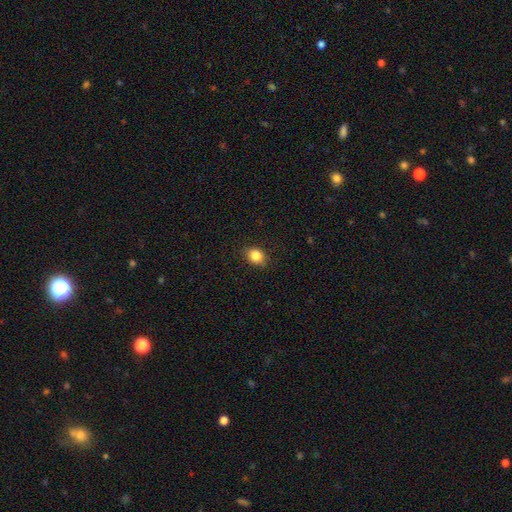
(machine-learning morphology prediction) Q: Smooth or featured?
A: smooth (85%); runner-up: star or artifact (9%)
Q: How rounded?
A: round (50%); runner-up: in between (49%)
Q: Merging?
A: none (83%); runner-up: minor disturbance (13%)